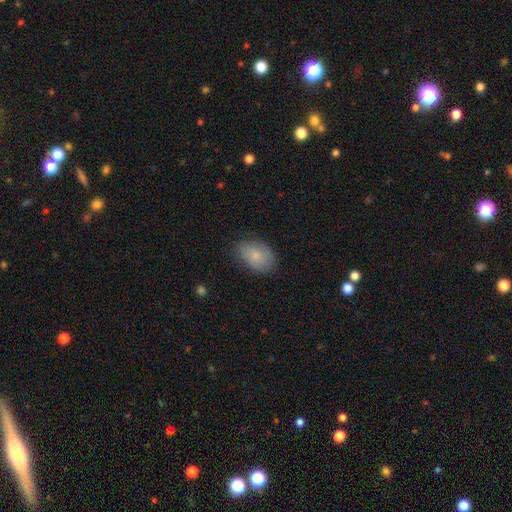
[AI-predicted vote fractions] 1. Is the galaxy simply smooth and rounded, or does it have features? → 78% smooth, 15% featured or disk, 7% star or artifact.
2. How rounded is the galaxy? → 85% in between, 13% round, 1% cigar-shaped.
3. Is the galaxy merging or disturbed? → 75% none, 20% minor disturbance, 4% major disturbance, 1% merger.